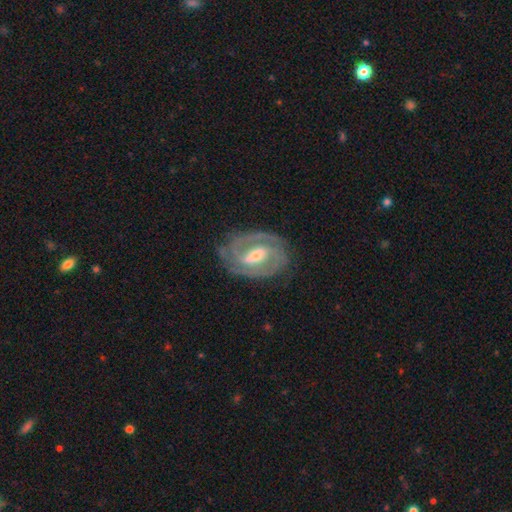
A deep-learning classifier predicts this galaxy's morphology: A featured or disk galaxy (88%) with a weak bar (43%), 2 (73%) tight (58%) spiral arms (95%) and a small central bulge (50%).

Vote fractions:
- Smooth or featured? featured or disk: 88% / smooth: 7% / star or artifact: 4%
- Edge-on disk? no: 97% / yes: 3%
- Bar? weak: 43% / strong: 38% / no: 19%
- Spiral arms? yes: 95% / no: 5%
- Spiral winding? tight: 58% / medium: 36% / loose: 6%
- Spiral arm count? 2: 73% / 3: 10% / can't tell: 10% / 1: 3% / 4: 2% / more than 4: 2%
- Bulge size? small: 50% / moderate: 43% / large: 4% / none: 2% / dominant: 1%
- Merging? none: 78% / minor disturbance: 15% / major disturbance: 6% / merger: 1%